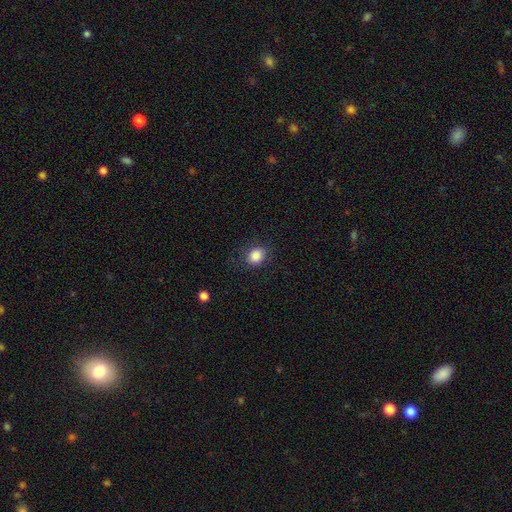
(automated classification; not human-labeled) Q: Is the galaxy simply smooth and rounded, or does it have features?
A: smooth — 86%.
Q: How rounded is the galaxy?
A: round — 55%.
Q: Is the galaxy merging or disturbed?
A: none — 80%.